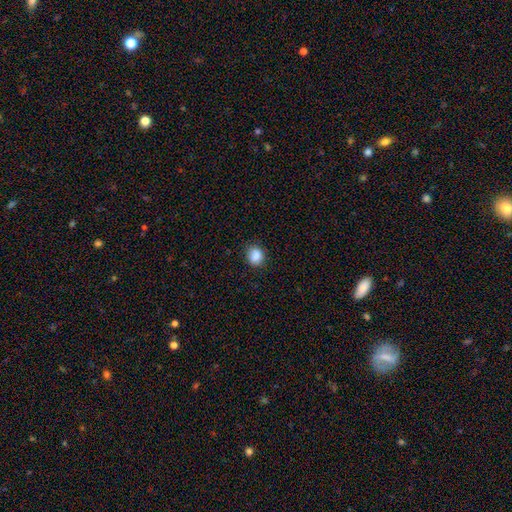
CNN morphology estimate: Overall: smooth (87%). How rounded: round (64%; in between 35%). Merging: none (83%).